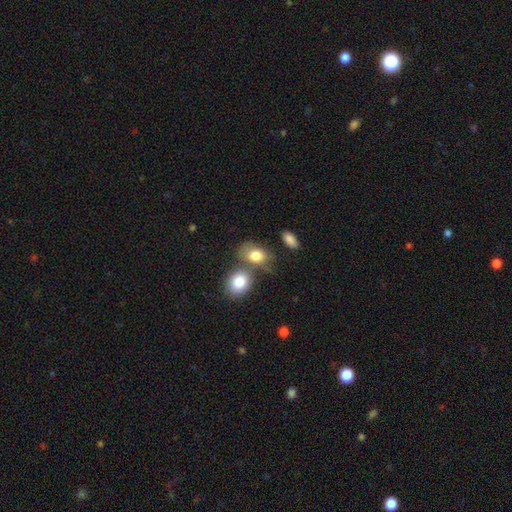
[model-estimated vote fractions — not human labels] The model was most divided on "merging": none: 40%, merger: 38%, minor disturbance: 15%, major disturbance: 7%. More confident: smooth or featured — smooth (79%); how rounded — in between (77%).